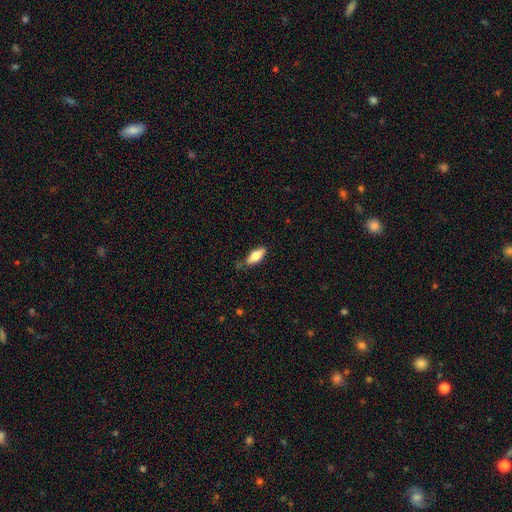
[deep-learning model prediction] Smooth or featured?
  - smooth: 72% *
  - featured or disk: 22%
  - star or artifact: 6%
How rounded?
  - in between: 72% *
  - cigar-shaped: 26%
  - round: 3%
Merging?
  - none: 68% *
  - minor disturbance: 24%
  - major disturbance: 5%
  - merger: 3%